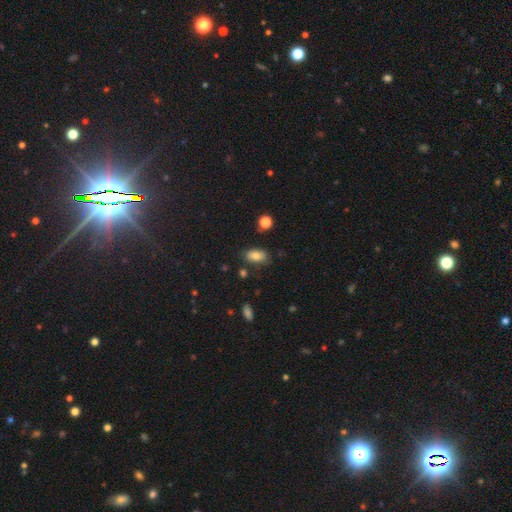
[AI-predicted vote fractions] A smooth galaxy with no disk features (78%) that is in between round and cigar-shaped (89%). Merging: none (73%).